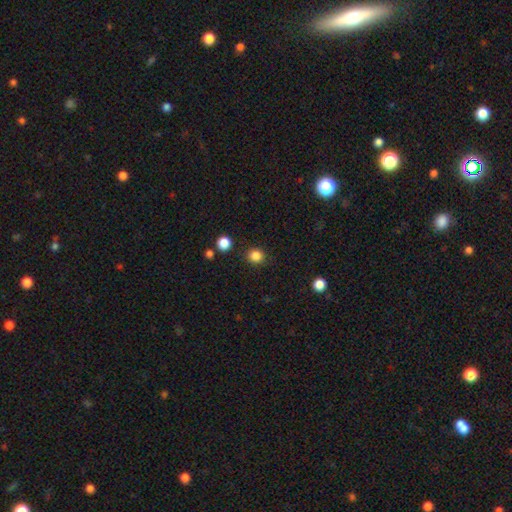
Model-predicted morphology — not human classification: smooth_or_featured: smooth (p=0.85) [alt: star or artifact p=0.12]
how_rounded: round (p=0.89) [alt: in between p=0.11]
merging: none (p=0.87) [alt: minor disturbance p=0.07]